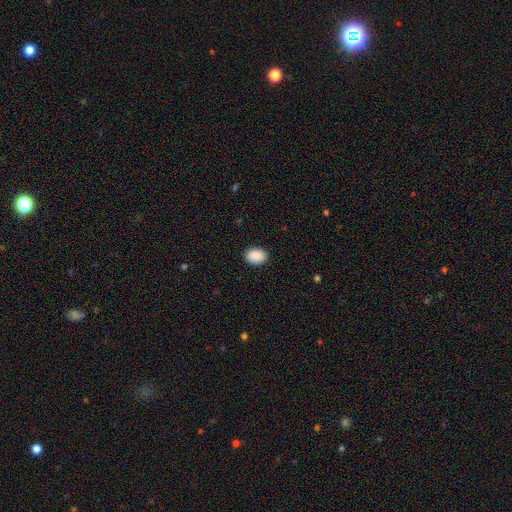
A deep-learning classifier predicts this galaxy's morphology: A smooth galaxy with no disk features (91%) that is in between round and cigar-shaped (74%). Merging: none (90%).